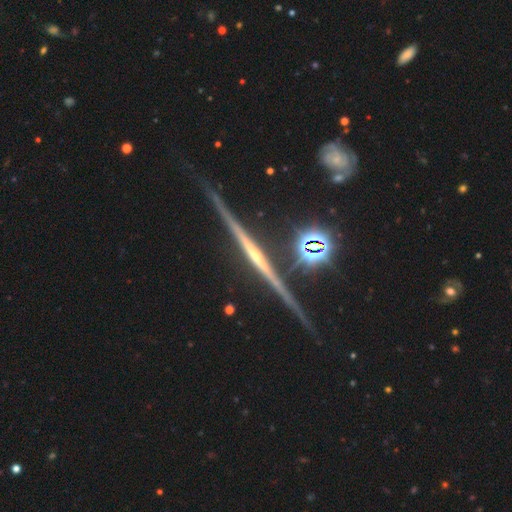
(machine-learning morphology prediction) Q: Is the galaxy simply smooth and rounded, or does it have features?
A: featured or disk — 88%.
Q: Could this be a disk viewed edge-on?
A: yes — 98%.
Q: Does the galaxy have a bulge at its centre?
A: rounded — 53%.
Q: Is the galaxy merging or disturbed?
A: none — 83%.